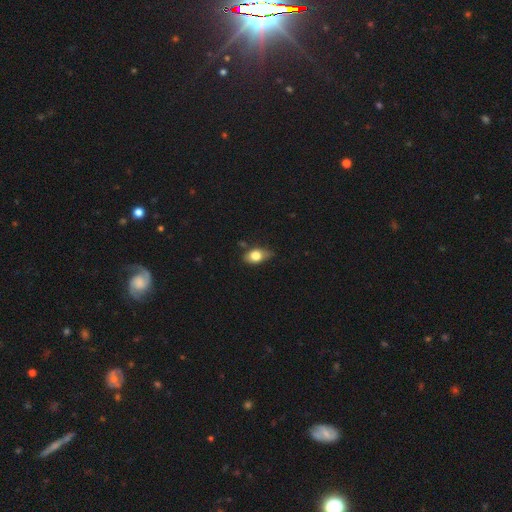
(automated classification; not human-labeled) smooth-or-featured: smooth: 75% | featured or disk: 16% | star or artifact: 8%
  how-rounded: in between: 80% | round: 16% | cigar-shaped: 4%
  merging: none: 58% | minor disturbance: 32% | major disturbance: 6% | merger: 3%